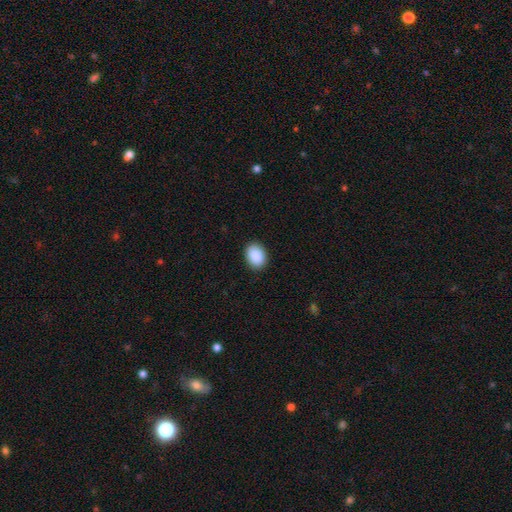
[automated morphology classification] Overall: smooth (90%). How rounded: in between (71%). Merging: none (89%).